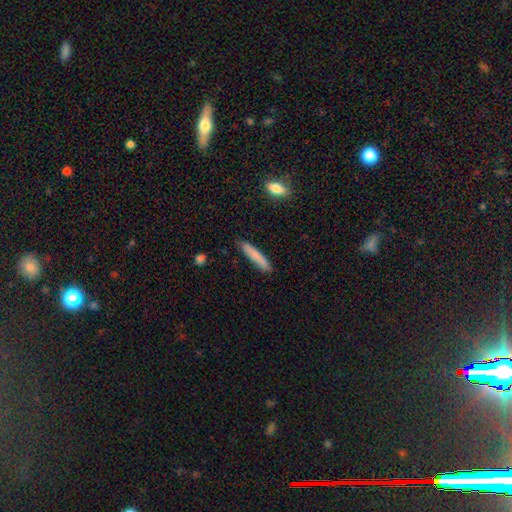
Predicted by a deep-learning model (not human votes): Smooth or featured: smooth — 80% (featured or disk — 14%)
How rounded: cigar-shaped — 93% (in between — 6%)
Merging: none — 87% (minor disturbance — 10%)